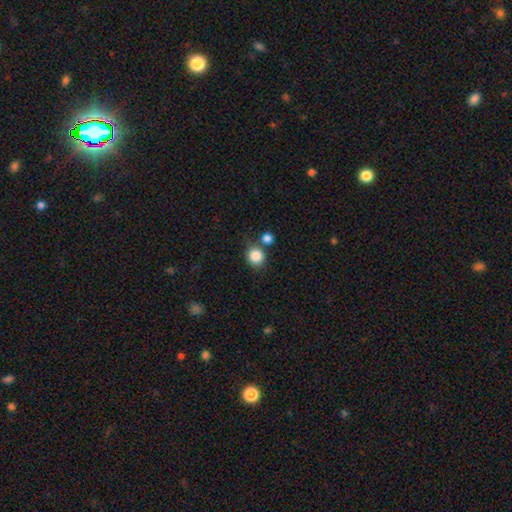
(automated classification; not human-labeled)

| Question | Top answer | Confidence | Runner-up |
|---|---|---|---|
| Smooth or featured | smooth | 85% | star or artifact (10%) |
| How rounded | round | 88% | in between (11%) |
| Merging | none | 70% | merger (17%) |